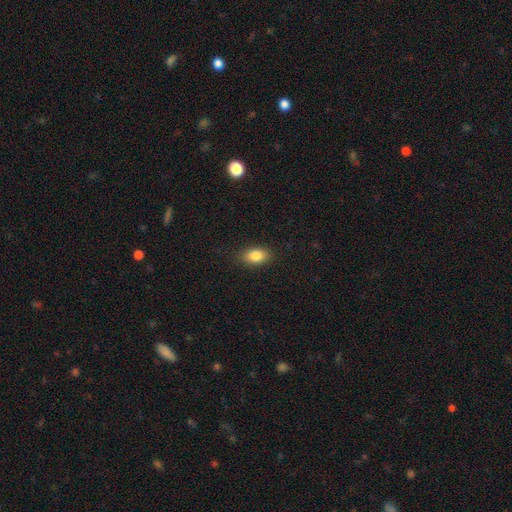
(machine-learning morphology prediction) A smooth galaxy with no disk features (85%) that is in between round and cigar-shaped (86%).

Vote fractions:
- Smooth or featured? smooth: 85% / star or artifact: 8% / featured or disk: 7%
- How rounded? in between: 86% / round: 12% / cigar-shaped: 2%
- Merging? none: 86% / minor disturbance: 11% / major disturbance: 3% / merger: 1%